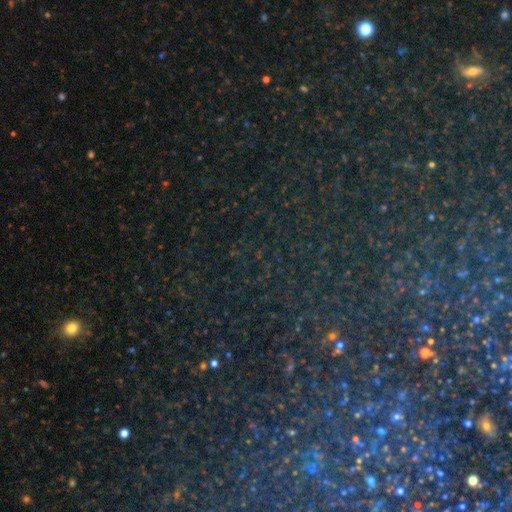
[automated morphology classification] Q: Smooth or featured?
A: star or artifact (81%); runner-up: smooth (11%)